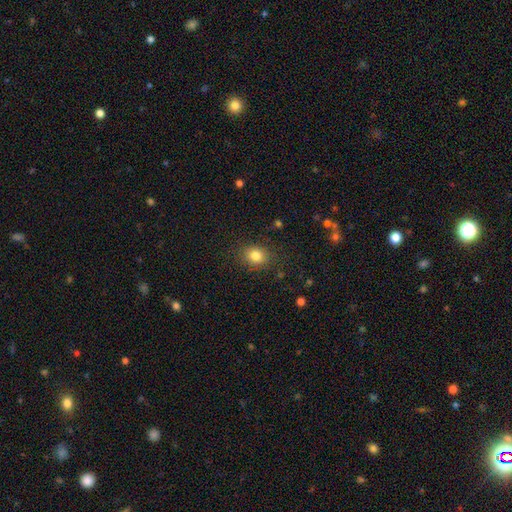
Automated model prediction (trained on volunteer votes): Smooth or featured?
  - smooth: 83% *
  - star or artifact: 11%
  - featured or disk: 6%
How rounded?
  - round: 61% *
  - in between: 38%
  - cigar-shaped: 1%
Merging?
  - none: 85% *
  - minor disturbance: 10%
  - major disturbance: 4%
  - merger: 1%